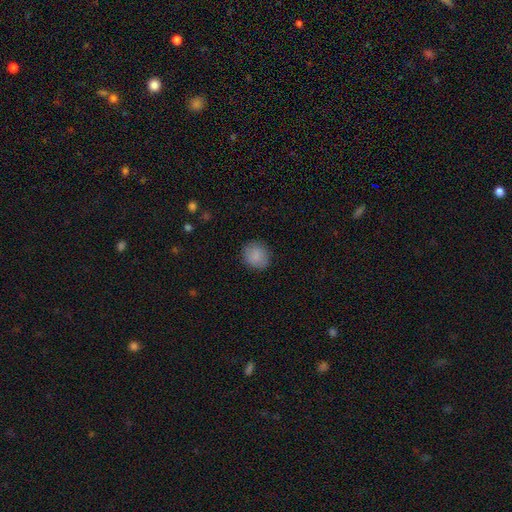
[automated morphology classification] smooth 87%, star or artifact 8%, featured or disk 5%. Down the decision tree: how rounded — round (80%); merging — none (86%).